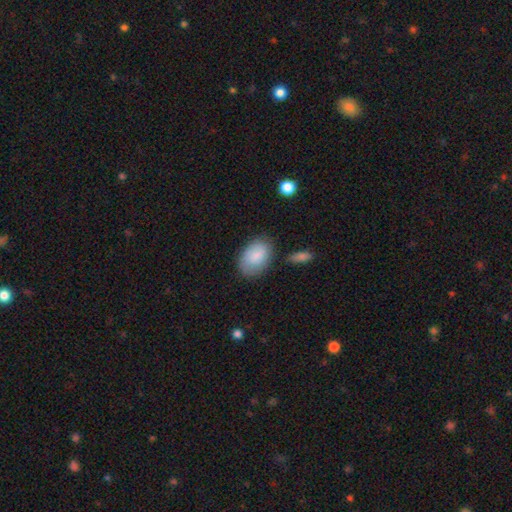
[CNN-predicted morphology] Smooth or featured?
  - smooth: 83% *
  - featured or disk: 11%
  - star or artifact: 6%
How rounded?
  - in between: 89% *
  - round: 9%
  - cigar-shaped: 1%
Merging?
  - none: 71% *
  - minor disturbance: 19%
  - major disturbance: 5%
  - merger: 5%